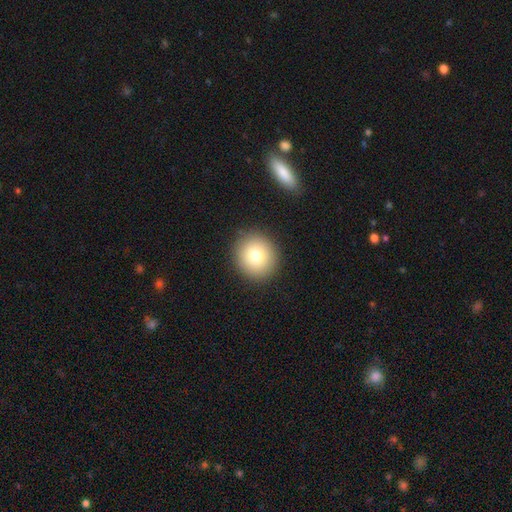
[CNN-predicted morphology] This appears to be a smooth galaxy with no disk features (79%) that is round (87%). Merging: none (90%).